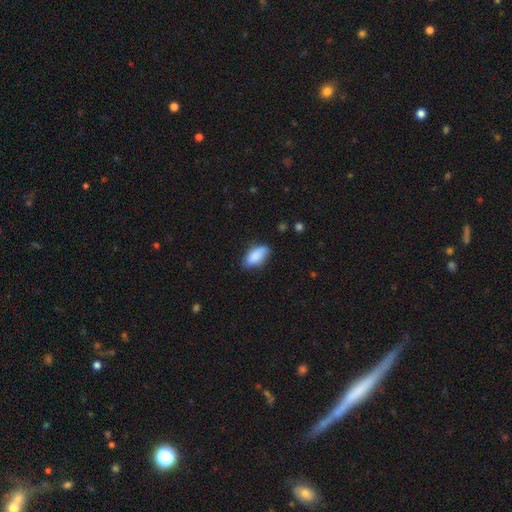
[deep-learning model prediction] Smooth or featured? smooth (86%)
How rounded? in between (88%)
Merging? none (76%)